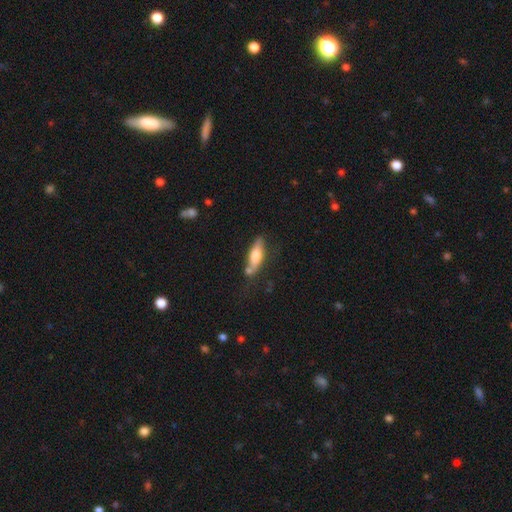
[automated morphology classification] This is possibly a smooth galaxy (59%). How rounded: possibly cigar-shaped (53%). Merging: likely none (60%).